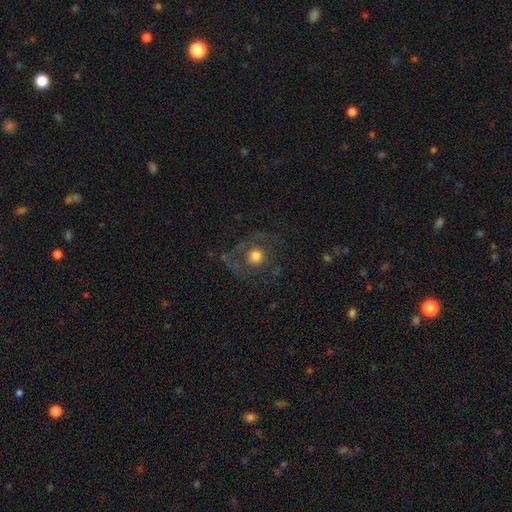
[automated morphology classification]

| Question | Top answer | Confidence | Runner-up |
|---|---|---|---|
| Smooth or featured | smooth | 52% | featured or disk (36%) |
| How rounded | round | 89% | in between (10%) |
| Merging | none | 62% | major disturbance (20%) |